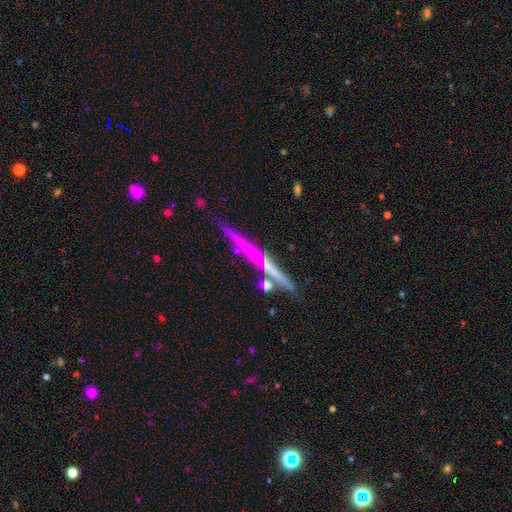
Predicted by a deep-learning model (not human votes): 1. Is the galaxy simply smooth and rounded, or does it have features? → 66% featured or disk, 26% smooth, 8% star or artifact.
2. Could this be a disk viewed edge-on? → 96% yes, 4% no.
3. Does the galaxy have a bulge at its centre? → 69% none, 26% rounded, 5% boxy.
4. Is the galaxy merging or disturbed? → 77% none, 13% minor disturbance, 7% merger, 3% major disturbance.